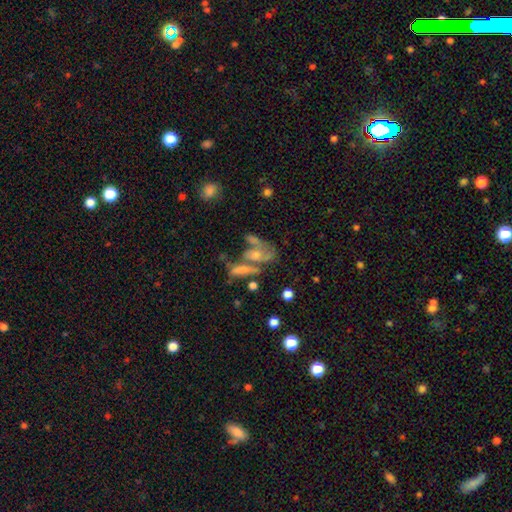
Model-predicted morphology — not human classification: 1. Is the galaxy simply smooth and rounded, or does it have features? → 52% featured or disk, 34% smooth, 14% star or artifact.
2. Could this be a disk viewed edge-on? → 82% no, 18% yes.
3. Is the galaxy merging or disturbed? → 43% merger, 28% none, 16% major disturbance, 13% minor disturbance.